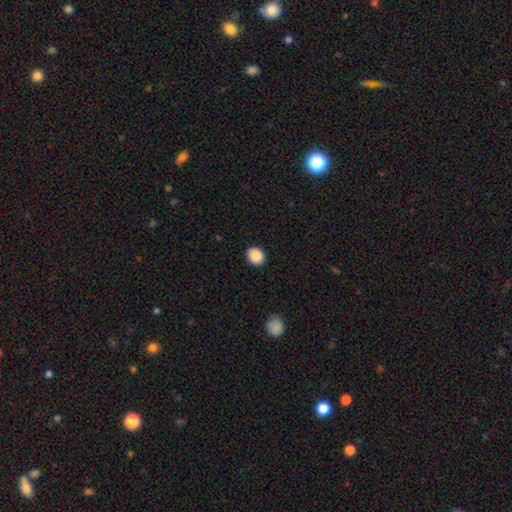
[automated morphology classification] Smooth or featured? smooth (89%)
How rounded? round (72%)
Merging? none (88%)